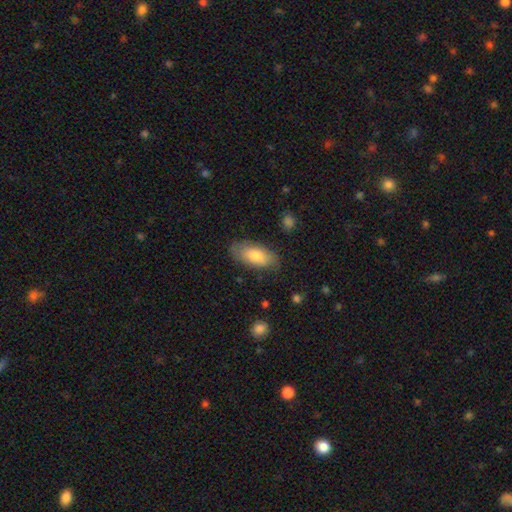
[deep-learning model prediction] Smooth or featured?
  - smooth: 75% *
  - featured or disk: 19%
  - star or artifact: 6%
How rounded?
  - in between: 90% *
  - cigar-shaped: 7%
  - round: 3%
Merging?
  - none: 78% *
  - minor disturbance: 17%
  - major disturbance: 4%
  - merger: 1%